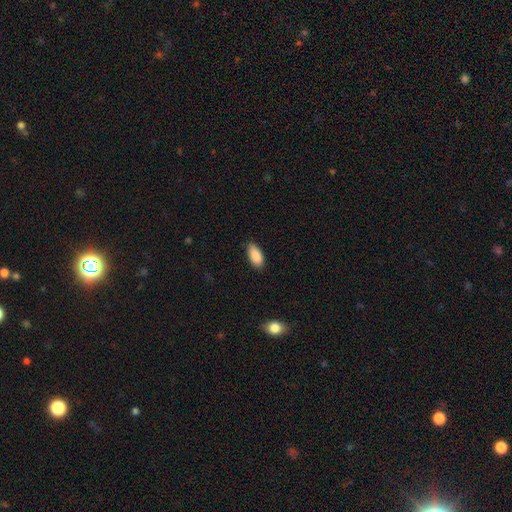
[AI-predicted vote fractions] A smooth galaxy with no disk features (89%) that is in between round and cigar-shaped (89%).

Vote fractions:
- Smooth or featured? smooth: 89% / star or artifact: 6% / featured or disk: 5%
- How rounded? in between: 89% / cigar-shaped: 9% / round: 2%
- Merging? none: 81% / minor disturbance: 16% / major disturbance: 2% / merger: 1%